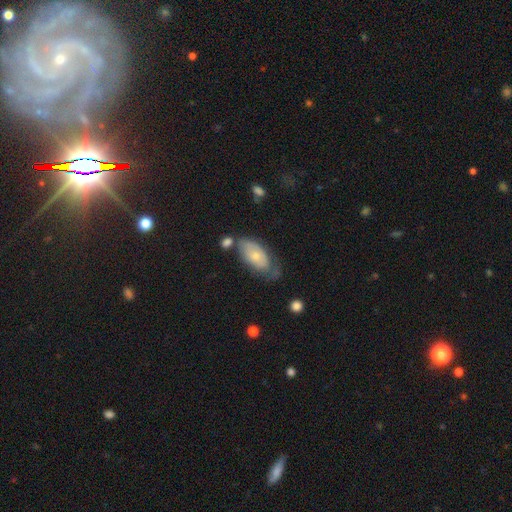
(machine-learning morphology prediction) The model was most divided on "merging": none: 43%, minor disturbance: 32%, major disturbance: 15%, merger: 10%. More confident: how rounded — in between (92%); smooth or featured — smooth (60%).